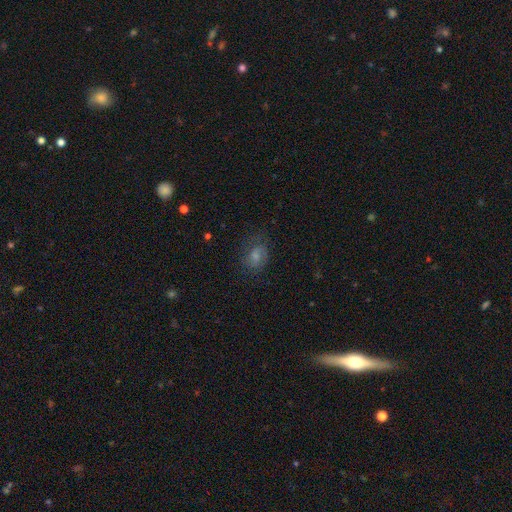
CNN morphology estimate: smooth 43%, featured or disk 34%, star or artifact 23%. Down the decision tree: merging — none (70%).